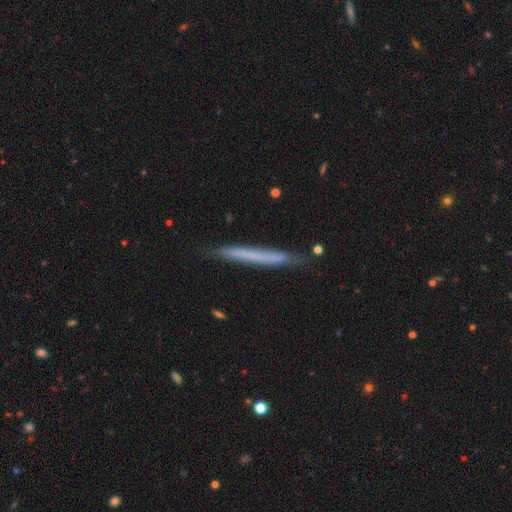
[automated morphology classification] A smooth galaxy with no disk features (54%) that is cigar-shaped (97%). Merging: none (86%).